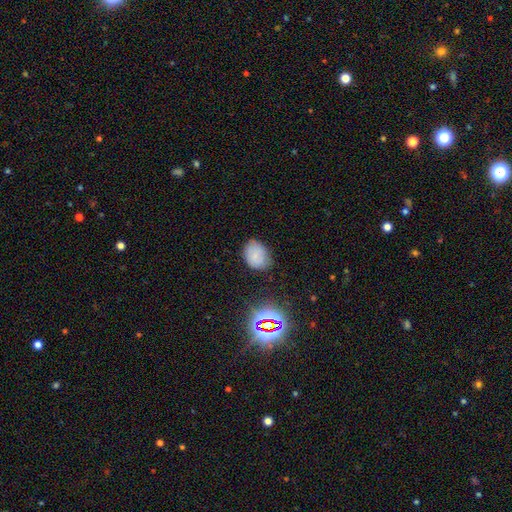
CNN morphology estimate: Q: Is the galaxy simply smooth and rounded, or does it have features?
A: smooth — 73%.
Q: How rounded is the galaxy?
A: in between — 63%.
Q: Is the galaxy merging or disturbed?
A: none — 75%.